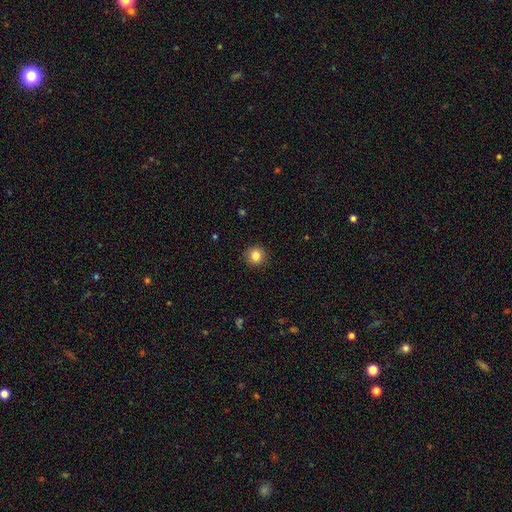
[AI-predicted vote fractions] The model was most divided on "smooth or featured": smooth: 84%, star or artifact: 10%, featured or disk: 6%. More confident: how rounded — round (92%); merging — none (91%).